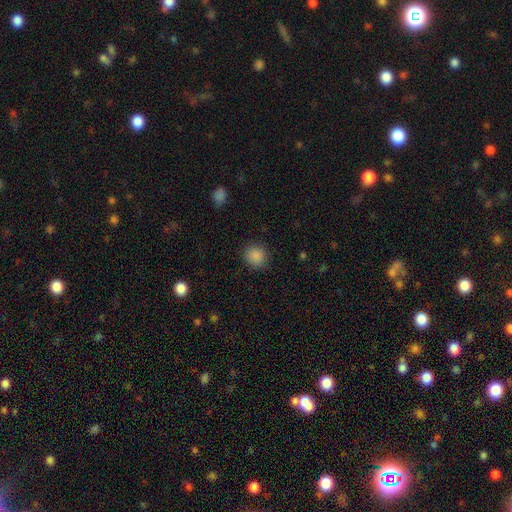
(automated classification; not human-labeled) A smooth galaxy with no disk features (87%) that is round (86%). Merging: none (88%).